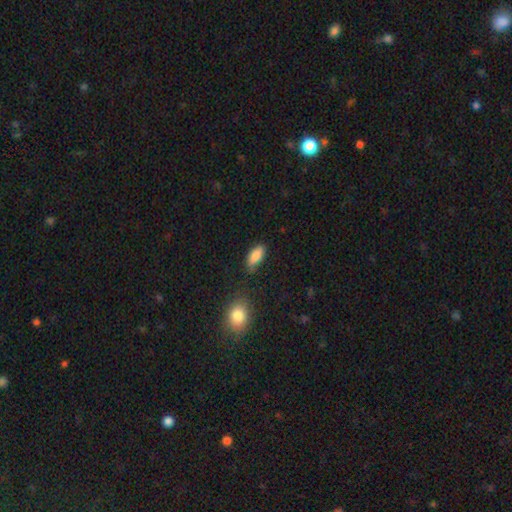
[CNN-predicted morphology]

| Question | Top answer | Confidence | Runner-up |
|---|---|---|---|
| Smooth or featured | smooth | 86% | star or artifact (7%) |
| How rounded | in between | 87% | cigar-shaped (10%) |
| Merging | none | 74% | minor disturbance (19%) |